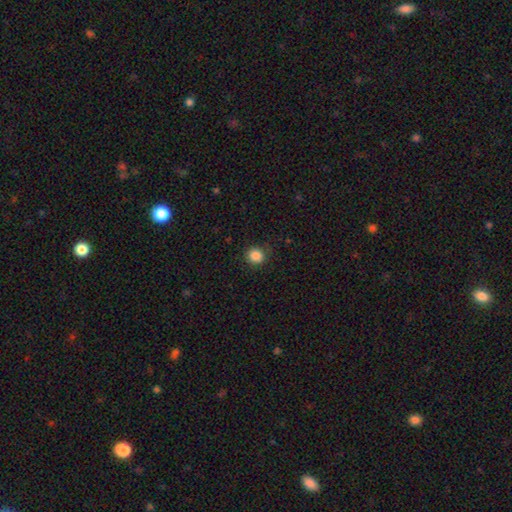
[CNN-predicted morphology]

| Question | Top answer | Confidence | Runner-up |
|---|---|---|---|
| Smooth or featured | smooth | 86% | star or artifact (11%) |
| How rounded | round | 90% | in between (9%) |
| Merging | none | 89% | minor disturbance (8%) |